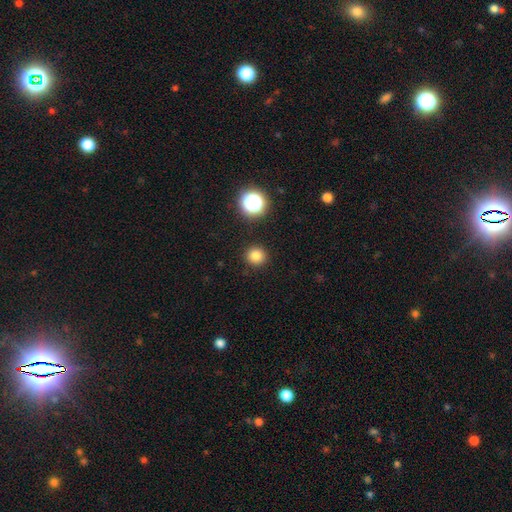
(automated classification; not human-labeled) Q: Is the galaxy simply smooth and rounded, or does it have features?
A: smooth — 81%.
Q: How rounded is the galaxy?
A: round — 93%.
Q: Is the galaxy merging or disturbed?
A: none — 91%.